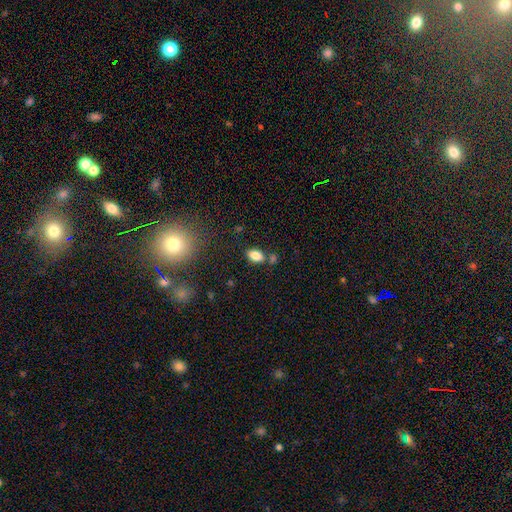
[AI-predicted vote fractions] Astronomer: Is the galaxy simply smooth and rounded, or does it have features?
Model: smooth — 83%.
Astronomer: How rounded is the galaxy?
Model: in between — 90%.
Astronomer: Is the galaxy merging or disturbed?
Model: none — 73%.